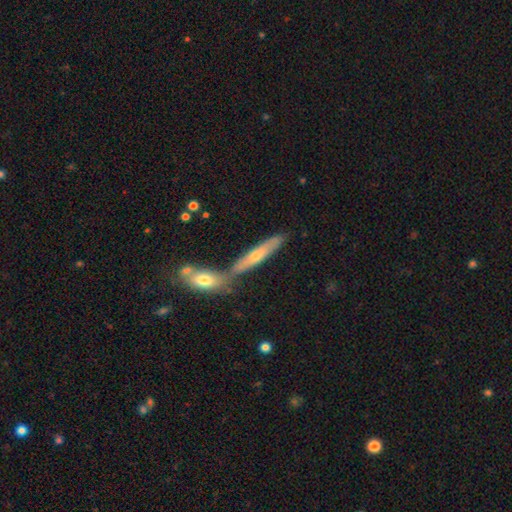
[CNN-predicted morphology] A featured or disk galaxy (48%).

Vote fractions:
- Smooth or featured? featured or disk: 48% / smooth: 45% / star or artifact: 8%
- Merging? none: 56% / merger: 31% / minor disturbance: 11% / major disturbance: 3%